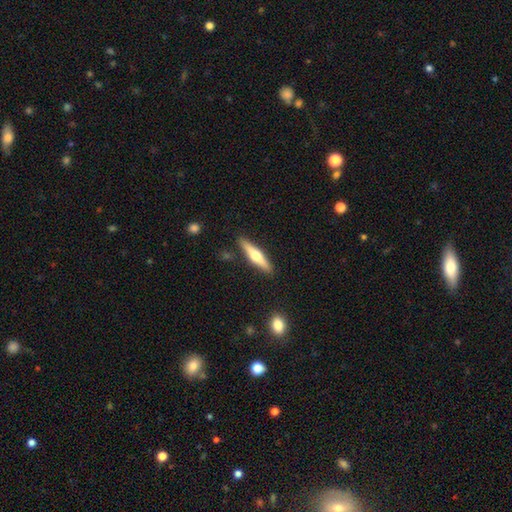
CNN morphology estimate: Smooth or featured?
  - featured or disk: 55% *
  - smooth: 39%
  - star or artifact: 5%
Edge-on disk?
  - yes: 96% *
  - no: 4%
Edge-on bulge?
  - rounded: 93% *
  - none: 4%
  - boxy: 3%
Merging?
  - none: 89% *
  - minor disturbance: 8%
  - merger: 2%
  - major disturbance: 2%